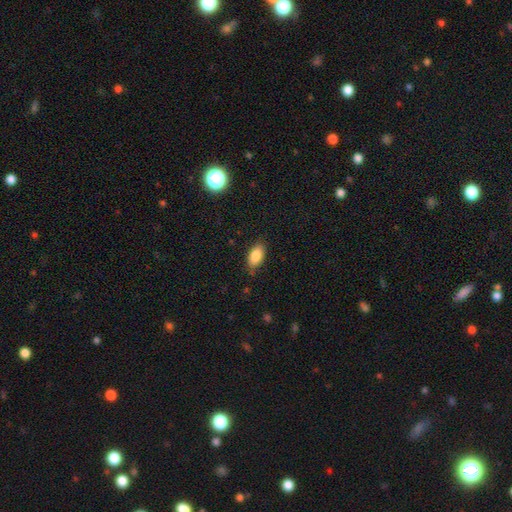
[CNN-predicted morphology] Smooth or featured? Predicted: smooth (p=0.86). How rounded? Predicted: in between (p=0.92). Merging? Predicted: none (p=0.81).